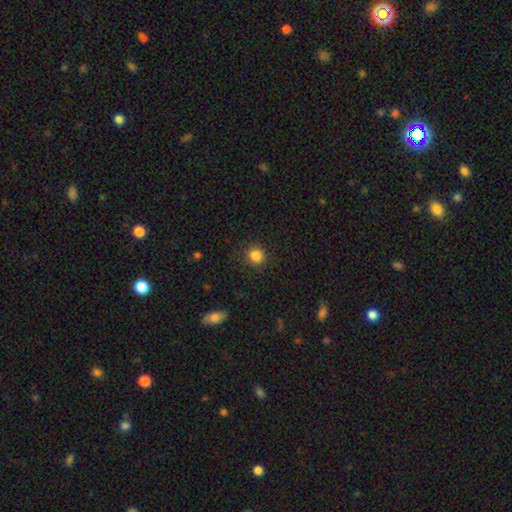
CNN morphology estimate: type=smooth (85%); roundness=round (93%); merging=none (91%).